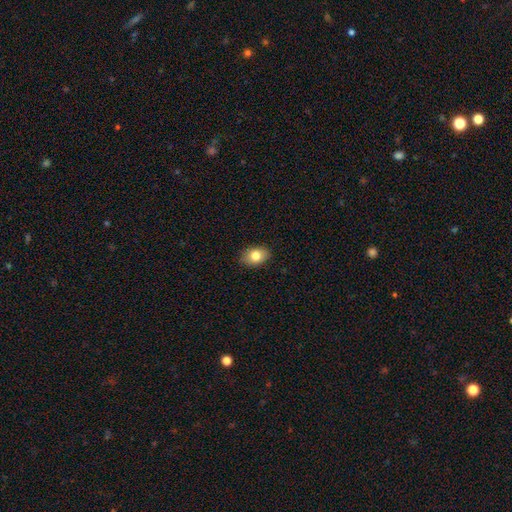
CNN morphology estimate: This is clearly a smooth galaxy (81%). How rounded: clearly in between (81%). Merging: clearly none (88%).